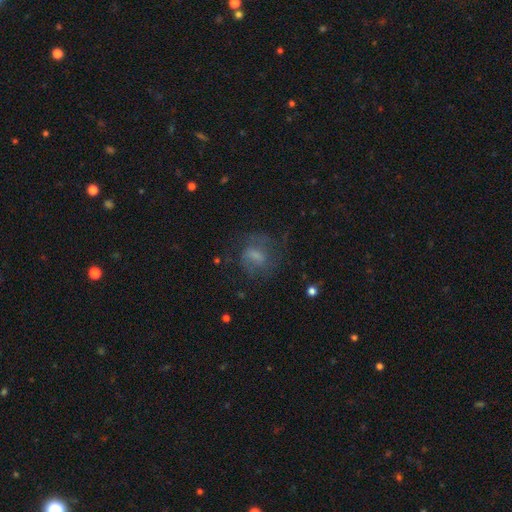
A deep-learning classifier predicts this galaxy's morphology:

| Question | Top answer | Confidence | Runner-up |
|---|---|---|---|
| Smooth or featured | smooth | 46% | featured or disk (41%) |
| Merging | none | 53% | major disturbance (24%) |